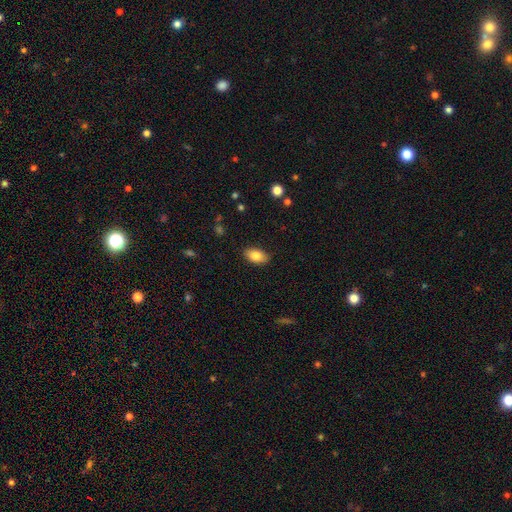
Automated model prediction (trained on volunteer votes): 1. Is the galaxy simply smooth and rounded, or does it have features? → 85% smooth, 8% featured or disk, 7% star or artifact.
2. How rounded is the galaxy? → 92% in between, 5% round, 2% cigar-shaped.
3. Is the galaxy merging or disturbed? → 86% none, 11% minor disturbance, 2% major disturbance, 1% merger.